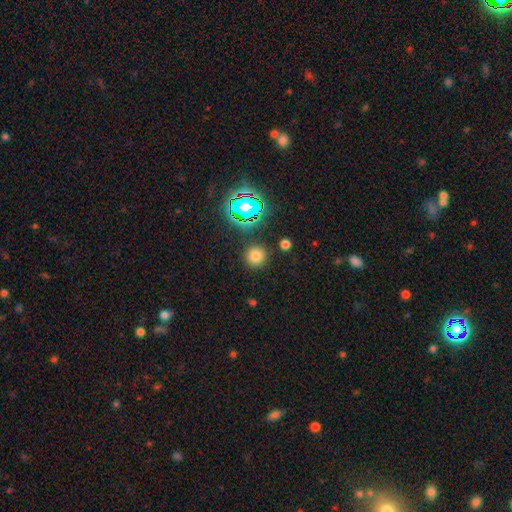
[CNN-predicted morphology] This appears to be a smooth galaxy with no disk features (72%) that is round (93%). Merging: none (88%).